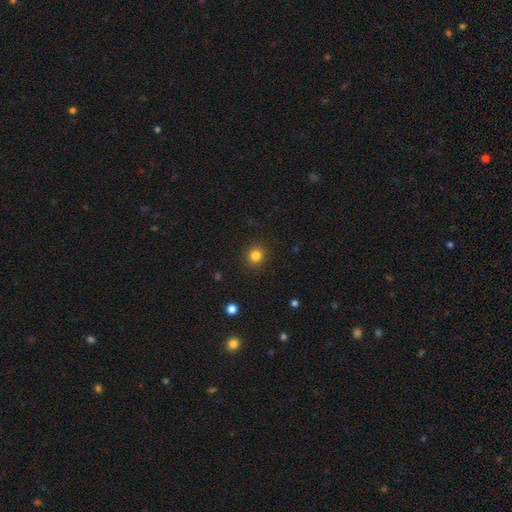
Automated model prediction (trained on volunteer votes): smooth_or_featured: smooth (p=0.82) [alt: star or artifact p=0.12]
how_rounded: round (p=0.90) [alt: in between p=0.09]
merging: none (p=0.91) [alt: minor disturbance p=0.06]